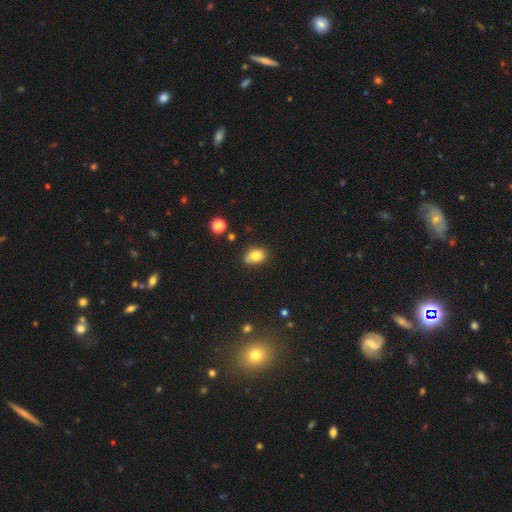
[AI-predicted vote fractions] smooth 81%, star or artifact 11%, featured or disk 8%. Down the decision tree: how rounded — in between (53%); merging — none (65%).